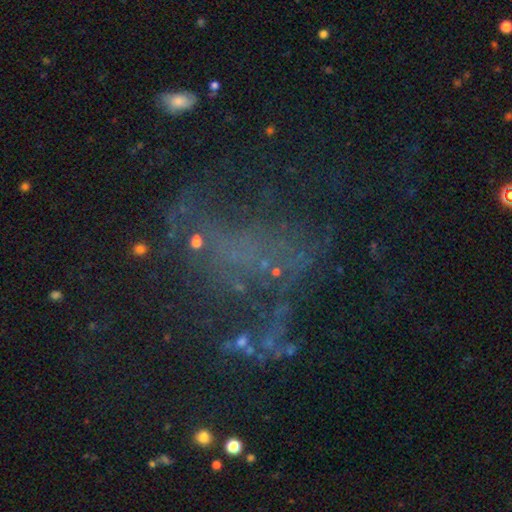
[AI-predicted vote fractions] Morphology: type=featured or disk (49%); merging=none (42%).